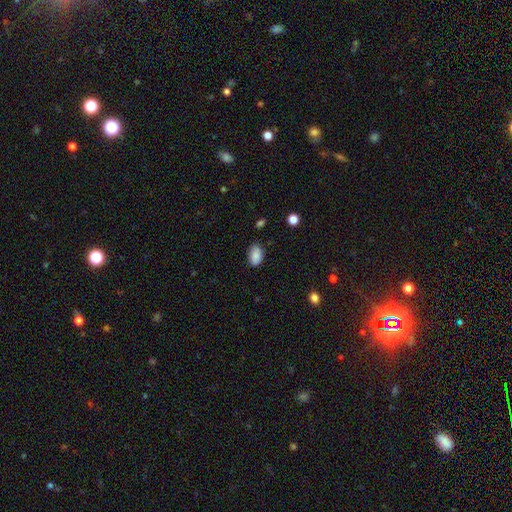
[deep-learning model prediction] Q: Smooth or featured?
A: smooth (86%); runner-up: star or artifact (8%)
Q: How rounded?
A: in between (90%); runner-up: round (9%)
Q: Merging?
A: none (75%); runner-up: minor disturbance (20%)